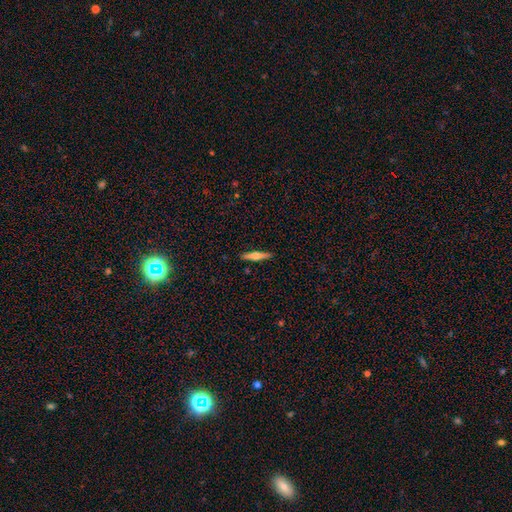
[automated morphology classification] This is possibly a featured or disk galaxy (50%). Merging: clearly none (90%).